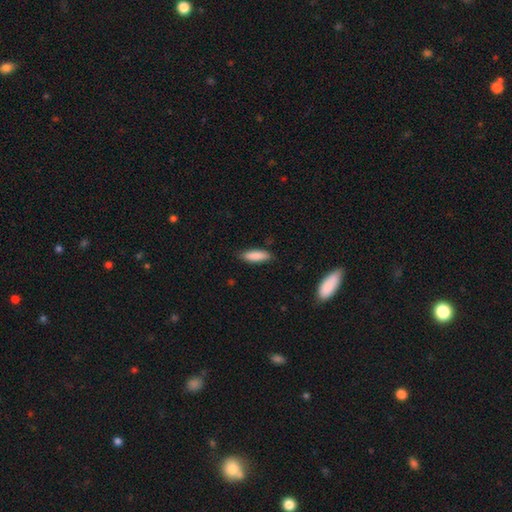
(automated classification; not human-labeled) Overall: smooth (85%). How rounded: in between (52%; cigar-shaped 46%). Merging: none (83%).